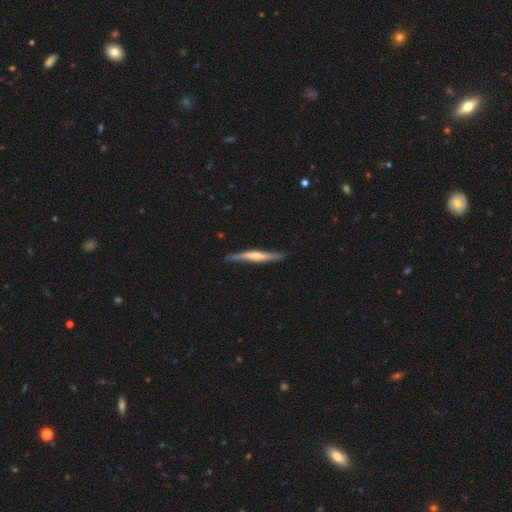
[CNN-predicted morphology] Smooth or featured?
  - featured or disk: 65% *
  - smooth: 30%
  - star or artifact: 5%
Edge-on disk?
  - yes: 93% *
  - no: 7%
Edge-on bulge?
  - rounded: 59% *
  - none: 26%
  - boxy: 15%
Merging?
  - none: 81% *
  - minor disturbance: 16%
  - major disturbance: 2%
  - merger: 1%